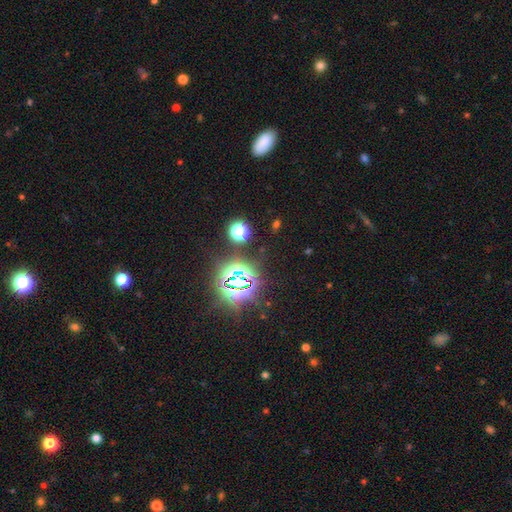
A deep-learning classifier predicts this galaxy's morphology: Smooth or featured?
  - star or artifact: 80% *
  - smooth: 13%
  - featured or disk: 7%